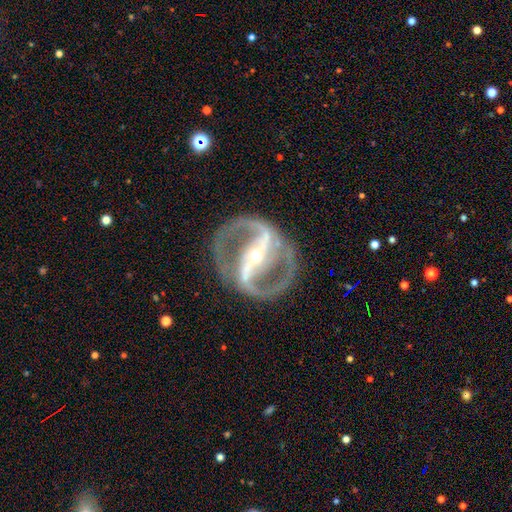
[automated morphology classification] Smooth or featured?
  - featured or disk: 93% *
  - star or artifact: 5%
  - smooth: 3%
Edge-on disk?
  - no: 96% *
  - yes: 4%
Bar?
  - strong: 78% *
  - weak: 14%
  - no: 8%
Spiral arms?
  - yes: 96% *
  - no: 4%
Spiral winding?
  - medium: 59% *
  - tight: 22%
  - loose: 19%
Spiral arm count?
  - 2: 93% *
  - can't tell: 2%
  - 3: 2%
  - 1: 1%
  - 4: 1%
  - more than 4: 1%
Bulge size?
  - small: 67% *
  - moderate: 29%
  - large: 2%
  - dominant: 1%
  - none: 1%
Merging?
  - none: 82% *
  - minor disturbance: 10%
  - major disturbance: 6%
  - merger: 2%